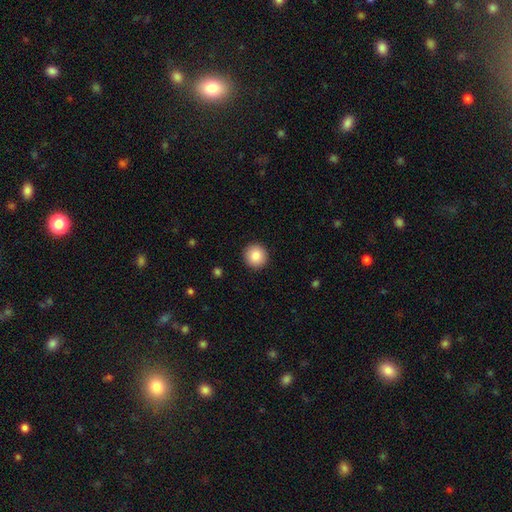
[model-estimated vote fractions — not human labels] Smooth or featured? smooth (86%)
How rounded? round (95%)
Merging? none (92%)